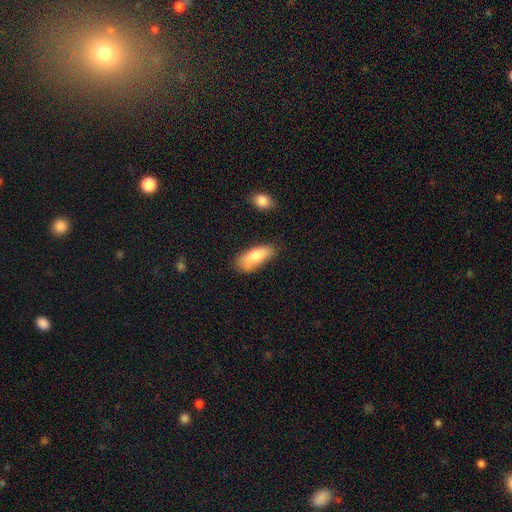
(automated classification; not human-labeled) Overall: smooth (79%). How rounded: in between (81%). Merging: none (62%; minor disturbance 27%).